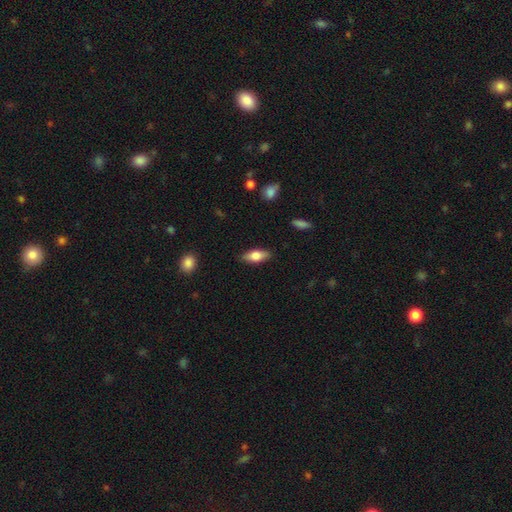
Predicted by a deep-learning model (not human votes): A smooth galaxy with no disk features (68%) that is in between round and cigar-shaped (75%).

Vote fractions:
- Smooth or featured? smooth: 68% / featured or disk: 25% / star or artifact: 6%
- How rounded? in between: 75% / cigar-shaped: 22% / round: 3%
- Merging? none: 86% / minor disturbance: 10% / major disturbance: 2% / merger: 1%